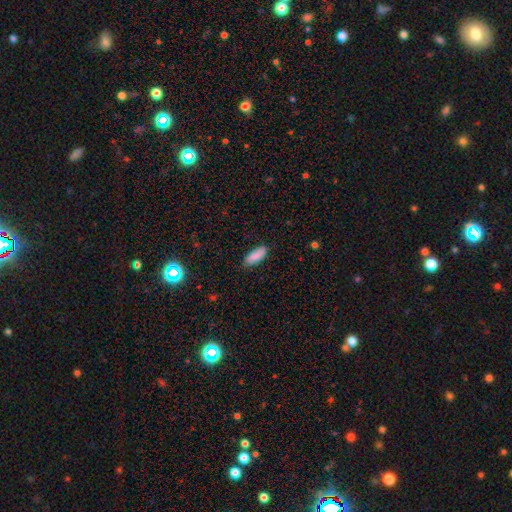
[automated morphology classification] smooth-or-featured: smooth: 89% | star or artifact: 6% | featured or disk: 4%
  how-rounded: in between: 73% | cigar-shaped: 25% | round: 2%
  merging: none: 85% | minor disturbance: 12% | major disturbance: 2% | merger: 1%